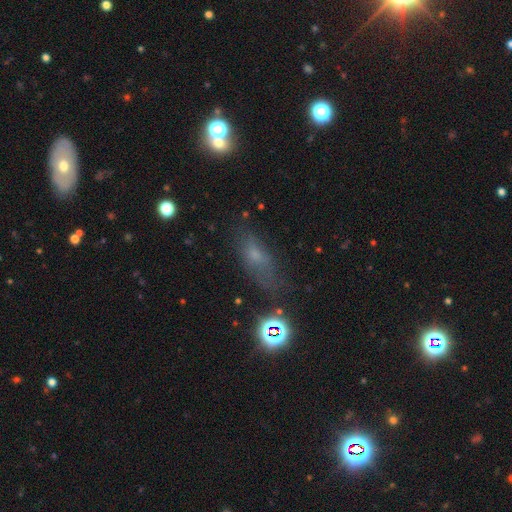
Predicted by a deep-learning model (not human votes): Smooth or featured? smooth (55%)
How rounded? in between (64%)
Merging? none (60%)